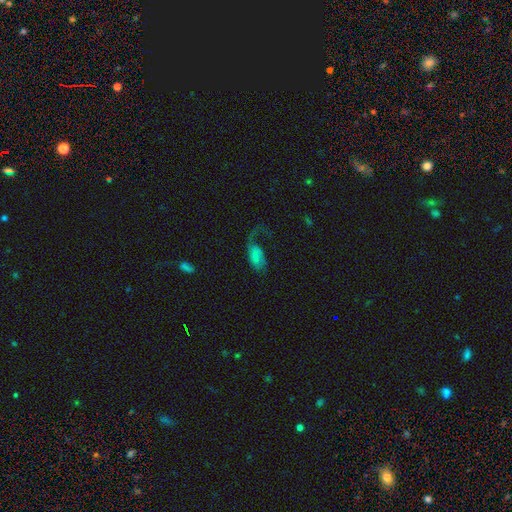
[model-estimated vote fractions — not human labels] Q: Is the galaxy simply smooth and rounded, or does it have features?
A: featured or disk — 50%.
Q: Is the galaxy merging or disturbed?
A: major disturbance — 53%.